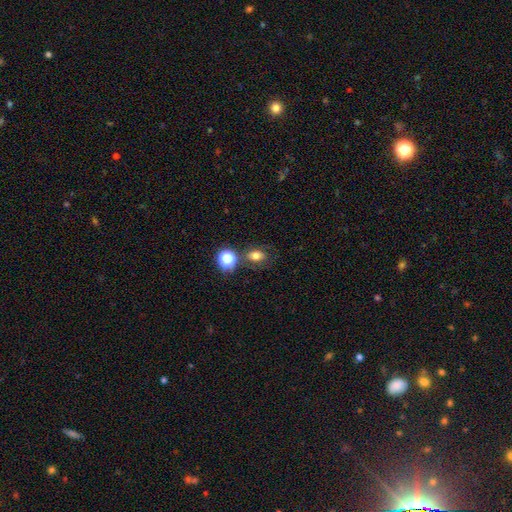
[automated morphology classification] Q: Smooth or featured?
A: smooth (70%); runner-up: star or artifact (19%)
Q: How rounded?
A: in between (56%); runner-up: round (43%)
Q: Merging?
A: none (67%); runner-up: minor disturbance (14%)